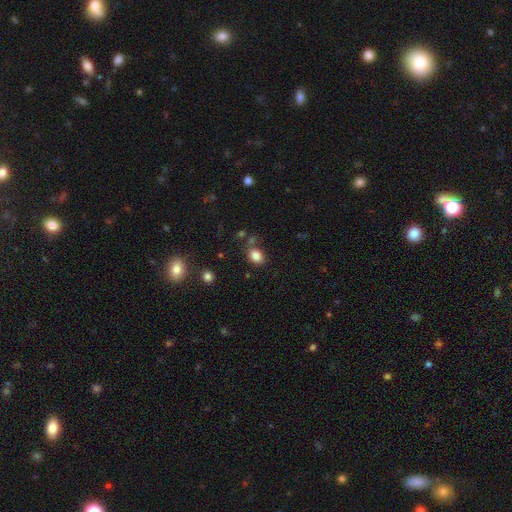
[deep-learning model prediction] Smooth or featured: smooth — 83% (star or artifact — 11%)
How rounded: in between — 60% (round — 39%)
Merging: none — 71% (minor disturbance — 15%)